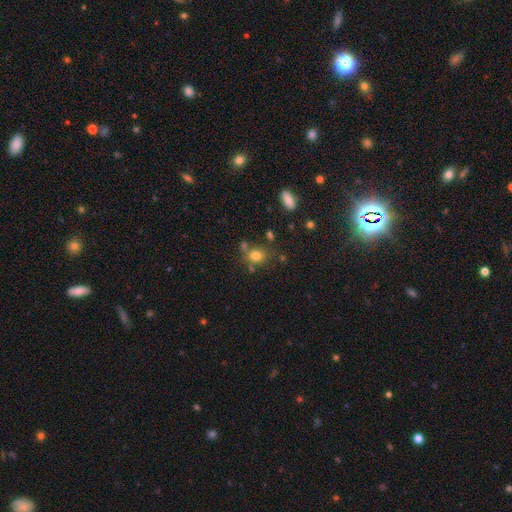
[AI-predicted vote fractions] Q: Smooth or featured?
A: smooth (76%); runner-up: star or artifact (14%)
Q: How rounded?
A: round (63%); runner-up: in between (36%)
Q: Merging?
A: none (66%); runner-up: minor disturbance (14%)